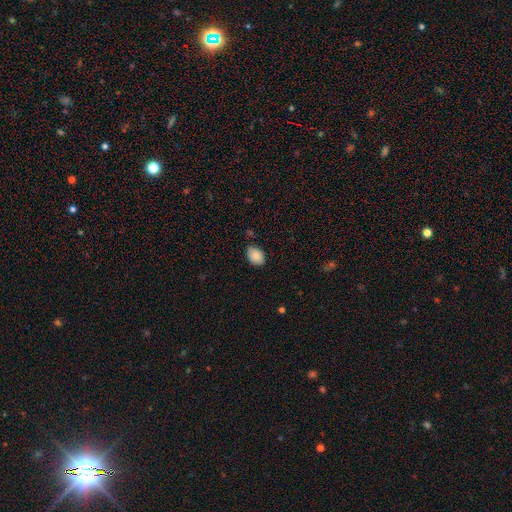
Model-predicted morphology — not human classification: smooth 85%, star or artifact 8%, featured or disk 7%. Down the decision tree: how rounded — in between (76%); merging — none (76%).